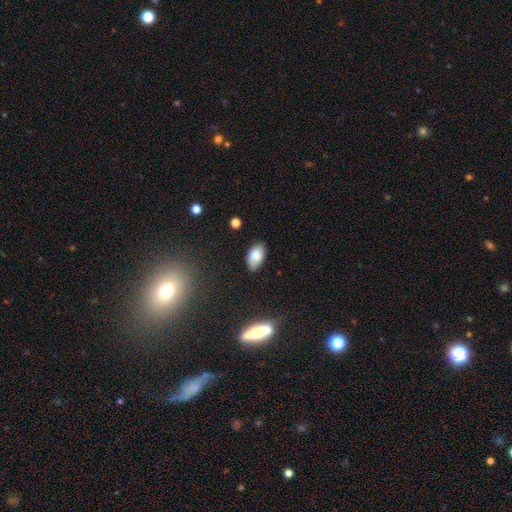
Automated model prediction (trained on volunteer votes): smooth_or_featured: smooth (p=0.83) [alt: featured or disk p=0.09]
how_rounded: in between (p=0.94) [alt: round p=0.05]
merging: none (p=0.74) [alt: minor disturbance p=0.20]